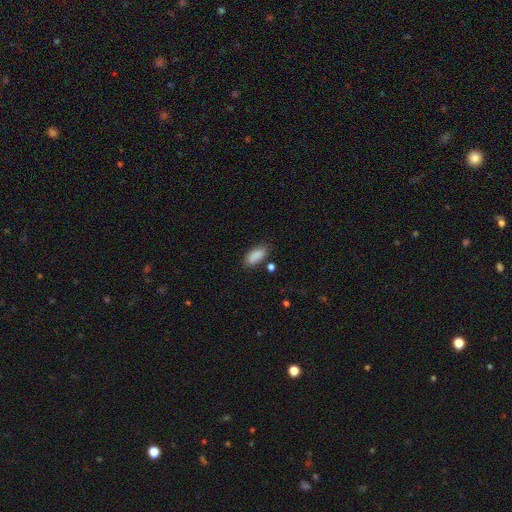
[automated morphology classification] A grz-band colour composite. It shows a smooth galaxy with no disk features (89%) that is in between round and cigar-shaped (88%). Merging: none (80%).